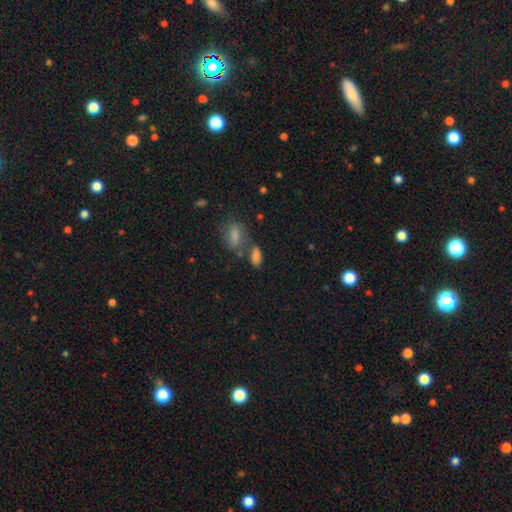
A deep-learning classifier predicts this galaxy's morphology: The model was most divided on "merging": none: 48%, merger: 29%, minor disturbance: 16%, major disturbance: 7%. More confident: how rounded — in between (84%); smooth or featured — smooth (80%).